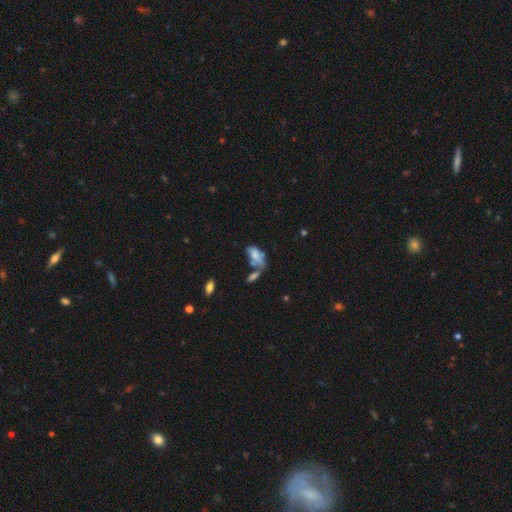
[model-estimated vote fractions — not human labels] smooth 66%, featured or disk 24%, star or artifact 10%. Down the decision tree: how rounded — in between (90%); merging — merger (38%).